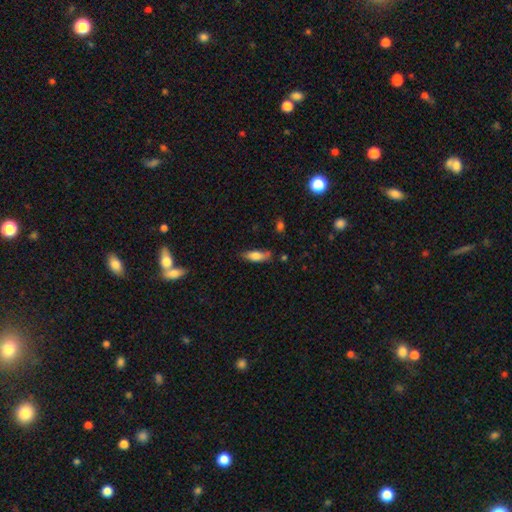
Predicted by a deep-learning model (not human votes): A smooth galaxy with no disk features (76%) that is in between round and cigar-shaped (61%). Merging: none (65%).